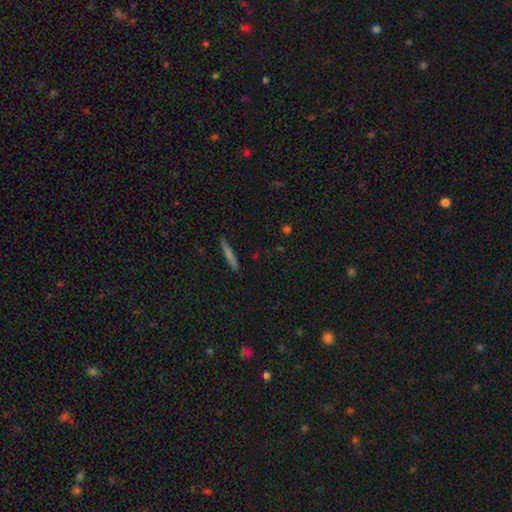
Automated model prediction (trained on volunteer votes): Smooth or featured: smooth — 68% (featured or disk — 20%)
How rounded: cigar-shaped — 85% (in between — 9%)
Merging: none — 87% (minor disturbance — 9%)